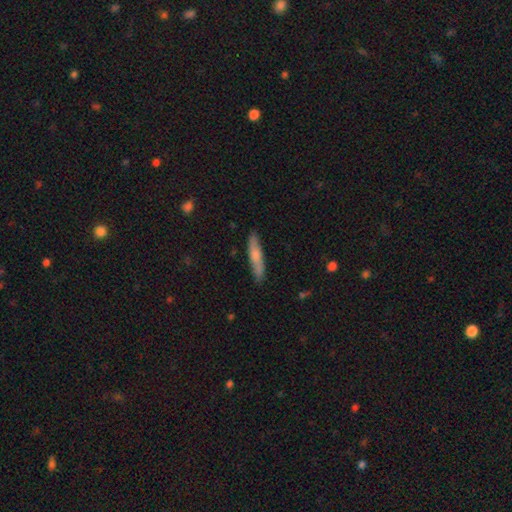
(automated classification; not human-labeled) A smooth galaxy with no disk features (64%) that is cigar-shaped (87%).

Vote fractions:
- Smooth or featured? smooth: 64% / featured or disk: 31% / star or artifact: 5%
- How rounded? cigar-shaped: 87% / in between: 12% / round: 2%
- Merging? none: 84% / minor disturbance: 12% / major disturbance: 2% / merger: 1%